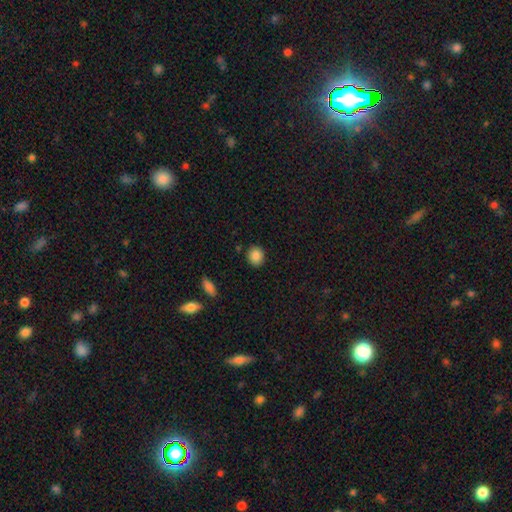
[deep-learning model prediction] Overall: smooth (87%). How rounded: round (74%). Merging: none (89%).